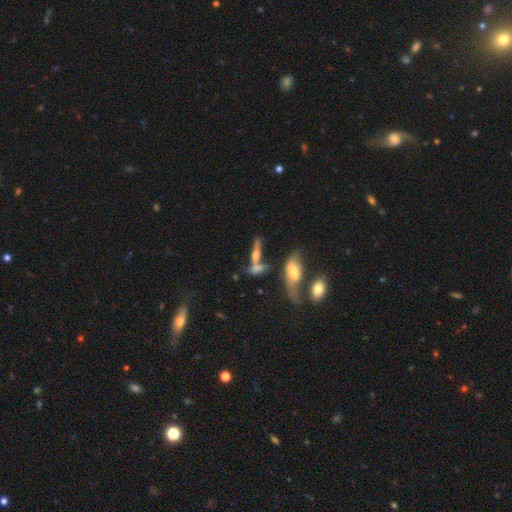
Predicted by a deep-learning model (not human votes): Overall: featured or disk (50%; smooth 40%). Merging: none (40%; merger 35%).